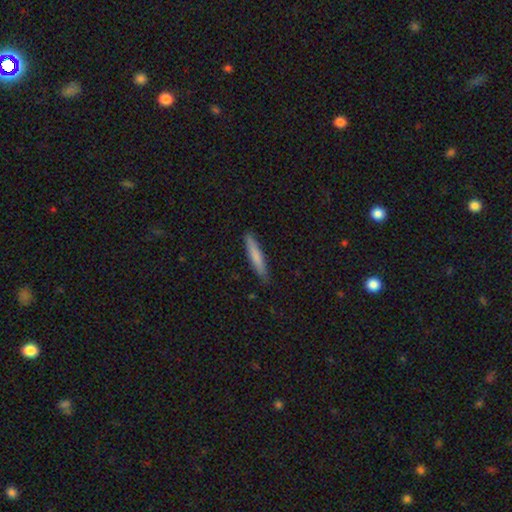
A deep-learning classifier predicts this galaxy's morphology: Smooth or featured?
  - smooth: 76% *
  - featured or disk: 19%
  - star or artifact: 6%
How rounded?
  - cigar-shaped: 92% *
  - in between: 7%
  - round: 1%
Merging?
  - none: 87% *
  - minor disturbance: 10%
  - major disturbance: 2%
  - merger: 1%